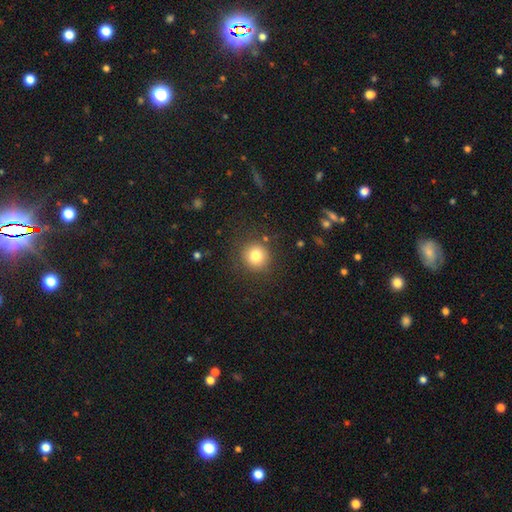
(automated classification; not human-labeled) smooth-or-featured: smooth: 80% | star or artifact: 12% | featured or disk: 8%
  how-rounded: round: 93% | in between: 6% | cigar-shaped: 1%
  merging: none: 87% | minor disturbance: 8% | major disturbance: 3% | merger: 2%